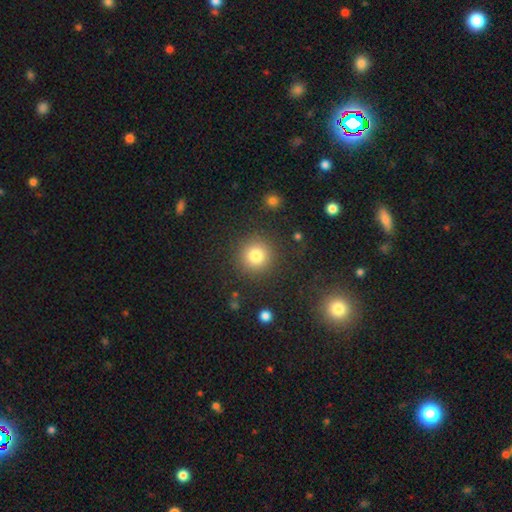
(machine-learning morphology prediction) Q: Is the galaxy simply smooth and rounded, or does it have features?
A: smooth — 80%.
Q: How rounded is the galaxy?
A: round — 94%.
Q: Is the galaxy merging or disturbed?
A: none — 88%.